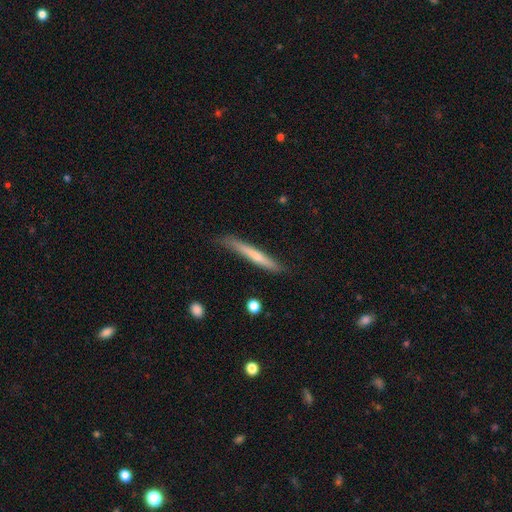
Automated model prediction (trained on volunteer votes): Smooth or featured: smooth — 56% (featured or disk — 38%)
How rounded: cigar-shaped — 96% (in between — 3%)
Merging: none — 77% (minor disturbance — 18%)